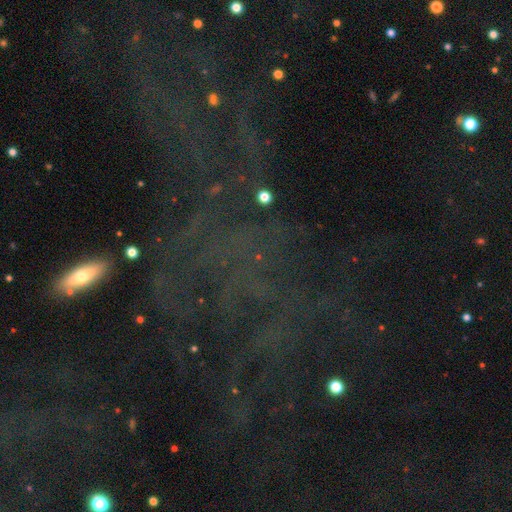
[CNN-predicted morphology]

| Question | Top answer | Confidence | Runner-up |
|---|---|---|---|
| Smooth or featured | star or artifact | 58% | featured or disk (23%) |